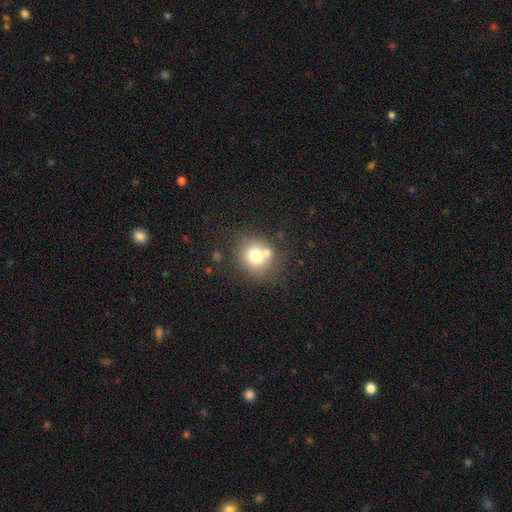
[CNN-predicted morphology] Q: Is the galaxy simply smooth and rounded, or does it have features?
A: smooth — 71%.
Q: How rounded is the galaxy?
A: round — 77%.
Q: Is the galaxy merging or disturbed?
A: none — 60%.